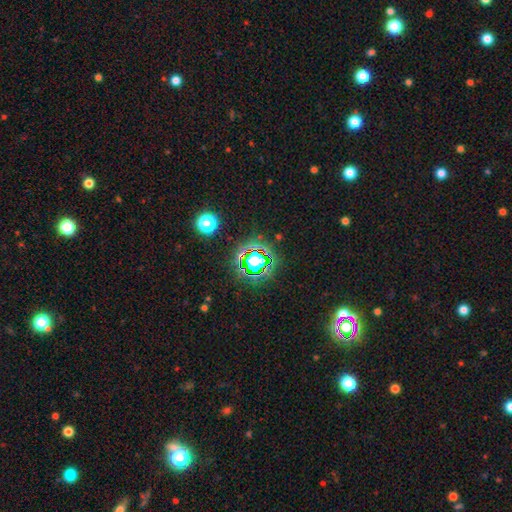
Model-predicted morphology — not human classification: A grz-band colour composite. It shows a star or artifact, not a galaxy (74%).